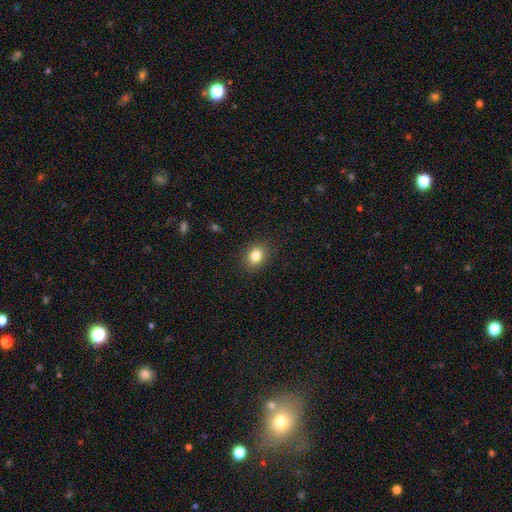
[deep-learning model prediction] A smooth galaxy with no disk features (83%) that is in between round and cigar-shaped (53%).

Vote fractions:
- Smooth or featured? smooth: 83% / star or artifact: 10% / featured or disk: 7%
- How rounded? in between: 53% / round: 46% / cigar-shaped: 1%
- Merging? none: 88% / minor disturbance: 9% / major disturbance: 2% / merger: 1%